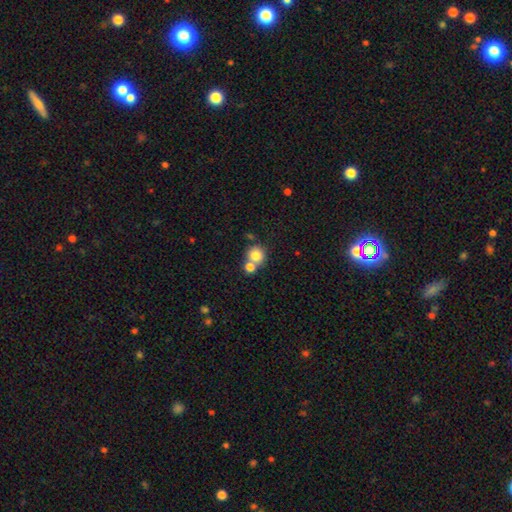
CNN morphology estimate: A smooth galaxy with no disk features (80%) that is round (88%). Merging: none (51%).